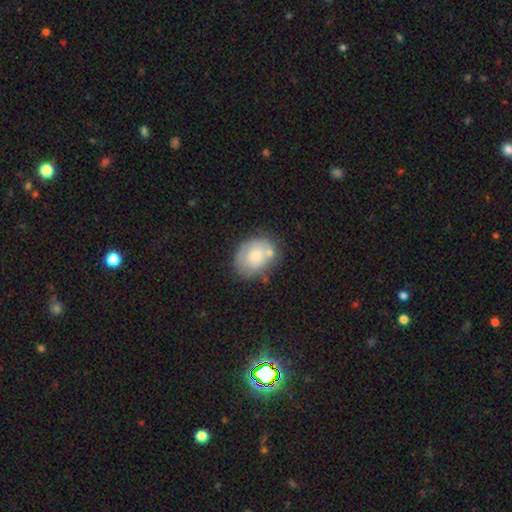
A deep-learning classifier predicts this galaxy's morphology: This is likely a smooth galaxy (66%). How rounded: possibly in between (59%). Merging: possibly none (56%).